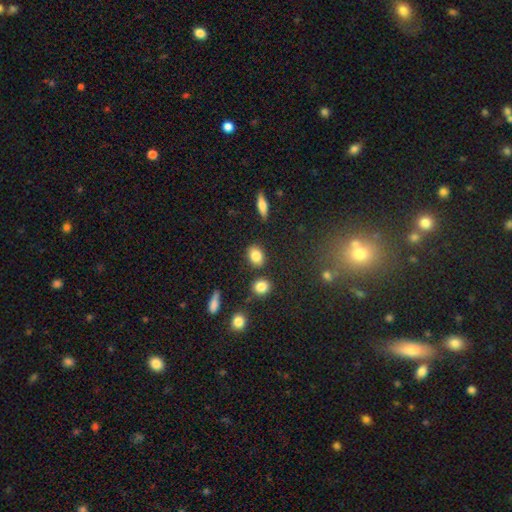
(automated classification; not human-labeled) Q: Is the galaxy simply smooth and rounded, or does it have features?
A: smooth — 84%.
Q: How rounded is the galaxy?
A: in between — 67%.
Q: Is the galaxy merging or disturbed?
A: none — 82%.